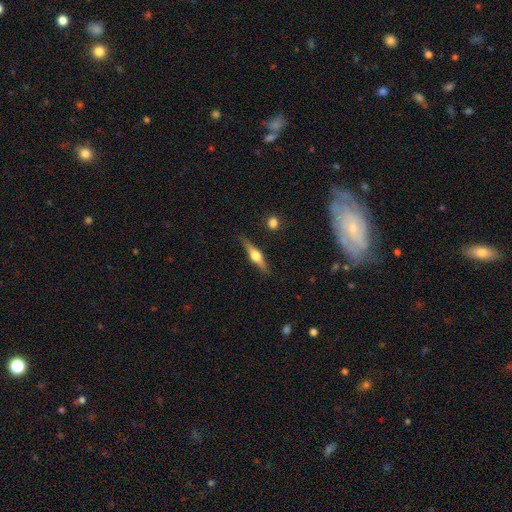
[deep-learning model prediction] A featured or disk galaxy (72%) viewed edge-on (97%) with a rounded central bulge (94%).

Vote fractions:
- Smooth or featured? featured or disk: 72% / smooth: 22% / star or artifact: 6%
- Edge-on disk? yes: 97% / no: 3%
- Edge-on bulge? rounded: 94% / boxy: 5% / none: 2%
- Merging? none: 86% / minor disturbance: 10% / major disturbance: 2% / merger: 2%